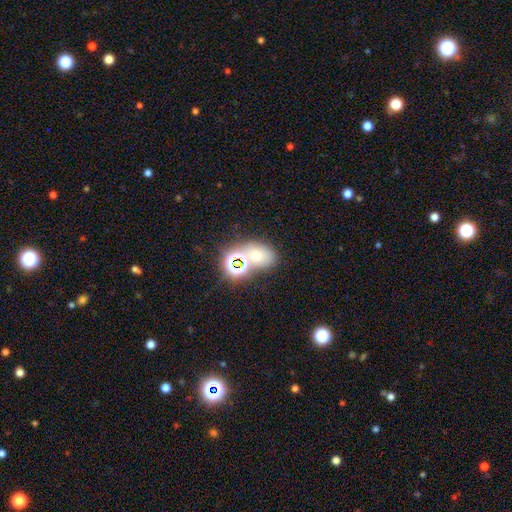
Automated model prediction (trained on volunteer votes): The model was most divided on "smooth or featured": smooth: 57%, star or artifact: 29%, featured or disk: 14%. More confident: how rounded — in between (65%); merging — none (55%).